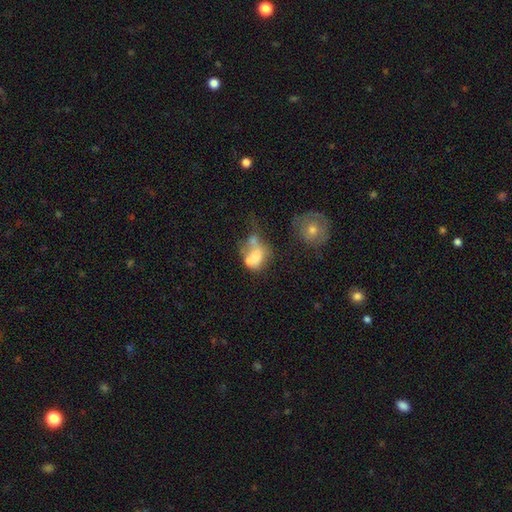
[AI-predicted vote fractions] Overall: smooth (54%; featured or disk 34%). How rounded: in between (62%; round 37%). Merging: merger (46%; major disturbance 22%).